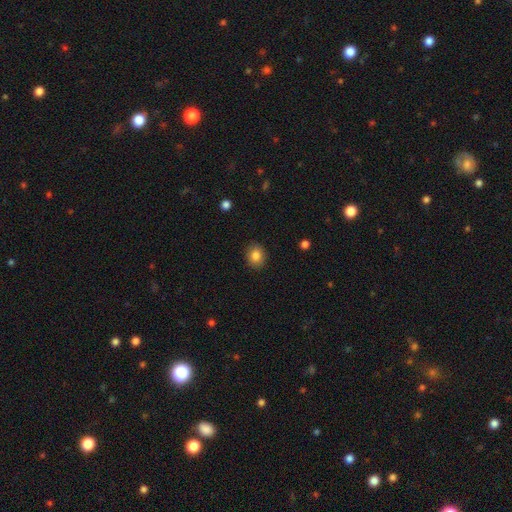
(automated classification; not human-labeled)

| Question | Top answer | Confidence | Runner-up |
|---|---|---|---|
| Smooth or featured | smooth | 84% | star or artifact (10%) |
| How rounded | round | 65% | in between (34%) |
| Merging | none | 89% | minor disturbance (8%) |